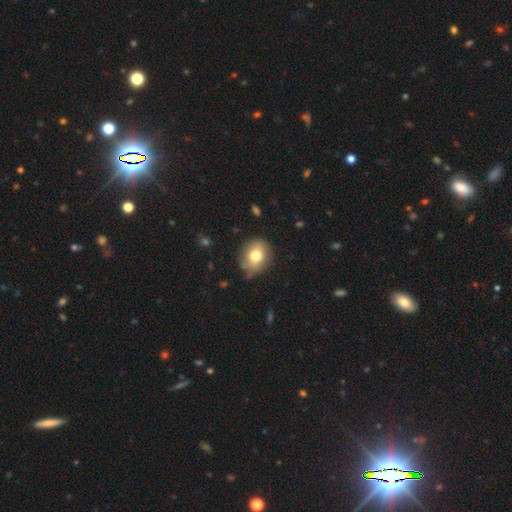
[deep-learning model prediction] Smooth or featured?
  - smooth: 76% *
  - featured or disk: 15%
  - star or artifact: 9%
How rounded?
  - round: 63% *
  - in between: 36%
  - cigar-shaped: 1%
Merging?
  - none: 76% *
  - minor disturbance: 18%
  - major disturbance: 4%
  - merger: 2%